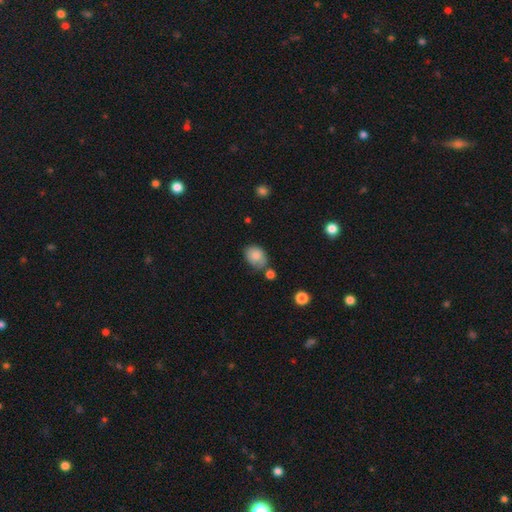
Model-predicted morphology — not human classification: This appears to be a smooth galaxy with no disk features (81%) that is in between round and cigar-shaped (64%). Merging: none (55%).